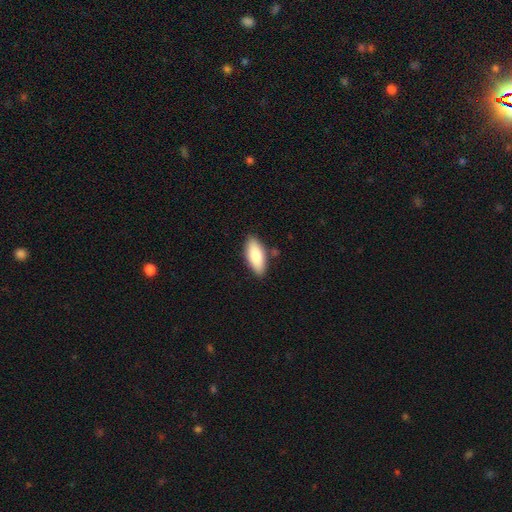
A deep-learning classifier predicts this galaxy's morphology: Smooth or featured?
  - smooth: 79% *
  - featured or disk: 16%
  - star or artifact: 6%
How rounded?
  - in between: 81% *
  - cigar-shaped: 17%
  - round: 2%
Merging?
  - none: 84% *
  - minor disturbance: 11%
  - merger: 3%
  - major disturbance: 2%